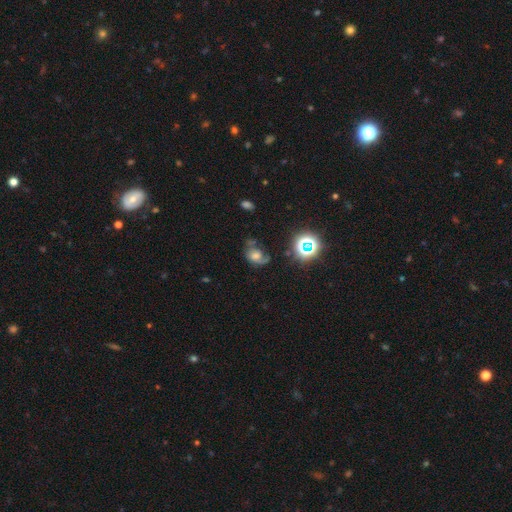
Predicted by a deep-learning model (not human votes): Smooth or featured: smooth — 41% (featured or disk — 38%)
Merging: none — 38% (major disturbance — 28%)